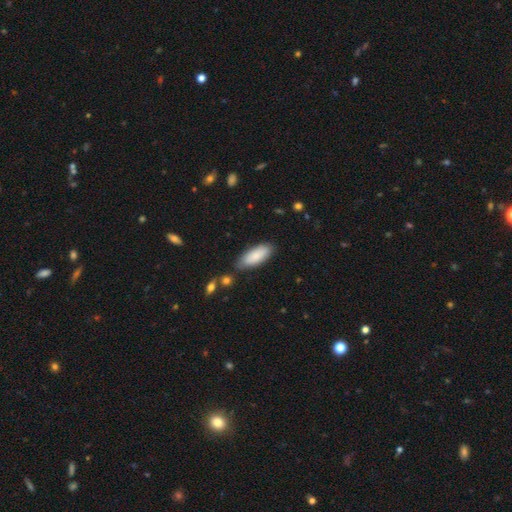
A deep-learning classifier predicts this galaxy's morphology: Smooth or featured?
  - smooth: 86% *
  - featured or disk: 8%
  - star or artifact: 6%
How rounded?
  - in between: 78% *
  - cigar-shaped: 20%
  - round: 2%
Merging?
  - none: 78% *
  - minor disturbance: 15%
  - merger: 4%
  - major disturbance: 3%